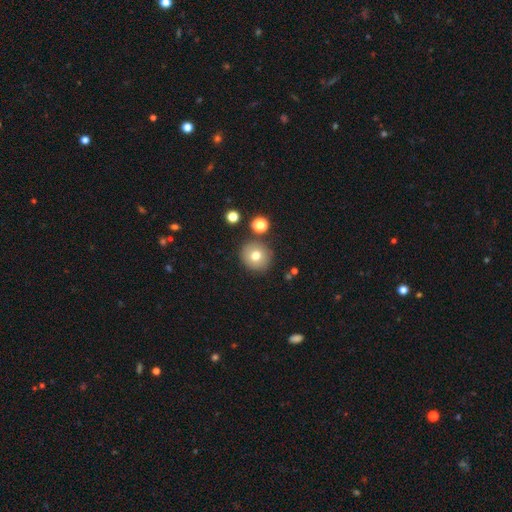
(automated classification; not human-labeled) Smooth or featured? Predicted: smooth (p=0.74). How rounded? Predicted: round (p=0.90). Merging? Predicted: none (p=0.84).